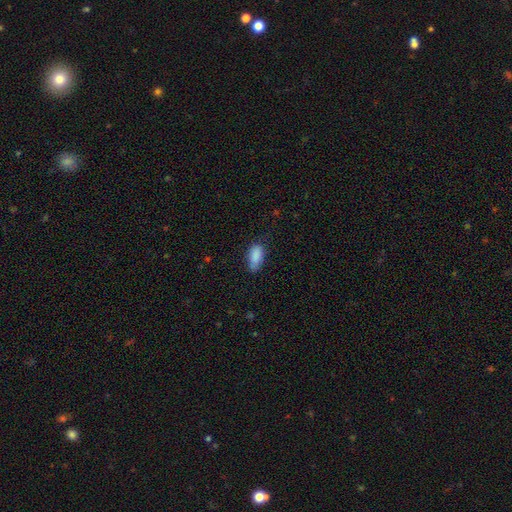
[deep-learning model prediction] Smooth or featured? Predicted: smooth (p=0.87). How rounded? Predicted: in between (p=0.88). Merging? Predicted: none (p=0.64).